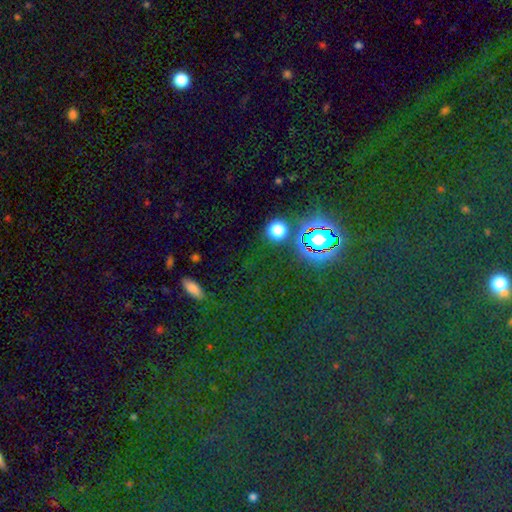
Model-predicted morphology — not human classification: This appears to be a star or artifact, not a galaxy (60%).